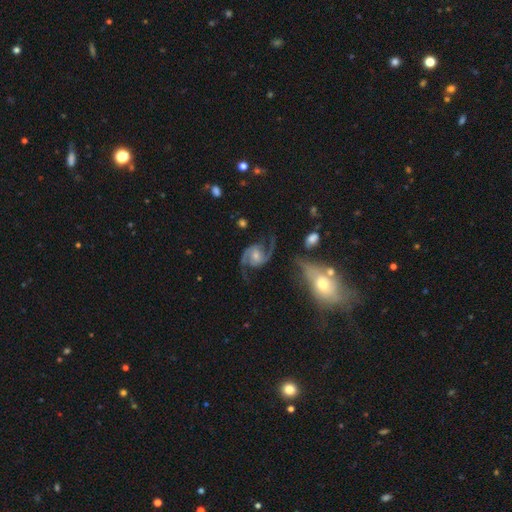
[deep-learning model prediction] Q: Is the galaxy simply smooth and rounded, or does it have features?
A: featured or disk — 91%.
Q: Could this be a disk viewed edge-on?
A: no — 98%.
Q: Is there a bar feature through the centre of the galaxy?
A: no — 48%.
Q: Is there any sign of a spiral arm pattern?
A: yes — 98%.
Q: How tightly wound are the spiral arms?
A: medium — 52%.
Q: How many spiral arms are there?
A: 2 — 94%.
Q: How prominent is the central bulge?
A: moderate — 46%.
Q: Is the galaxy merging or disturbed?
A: none — 72%.